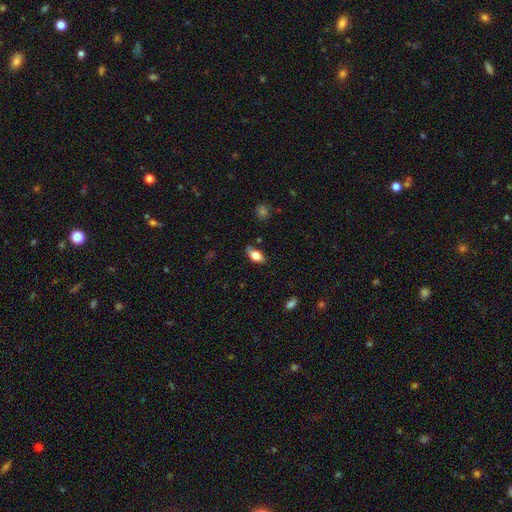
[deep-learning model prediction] Q: Smooth or featured?
A: smooth (76%); runner-up: featured or disk (17%)
Q: How rounded?
A: in between (88%); runner-up: cigar-shaped (7%)
Q: Merging?
A: none (75%); runner-up: minor disturbance (19%)